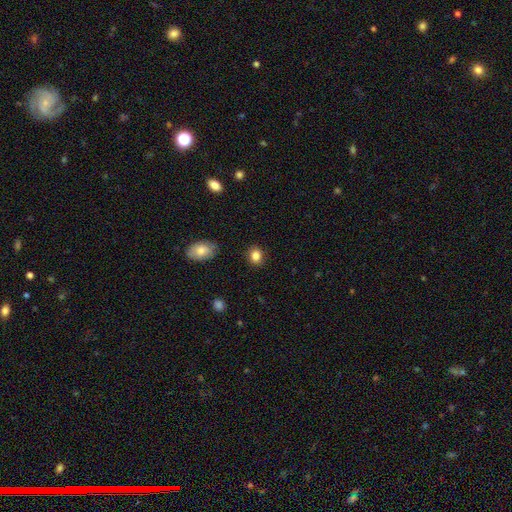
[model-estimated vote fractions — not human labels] smooth_or_featured: smooth (p=0.85) [alt: star or artifact p=0.10]
how_rounded: round (p=0.64) [alt: in between p=0.35]
merging: none (p=0.88) [alt: minor disturbance p=0.09]